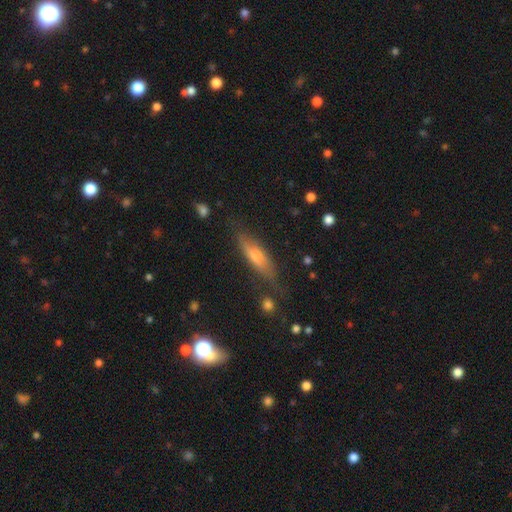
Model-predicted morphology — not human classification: A smooth galaxy with no disk features (48%). Merging: none (74%).